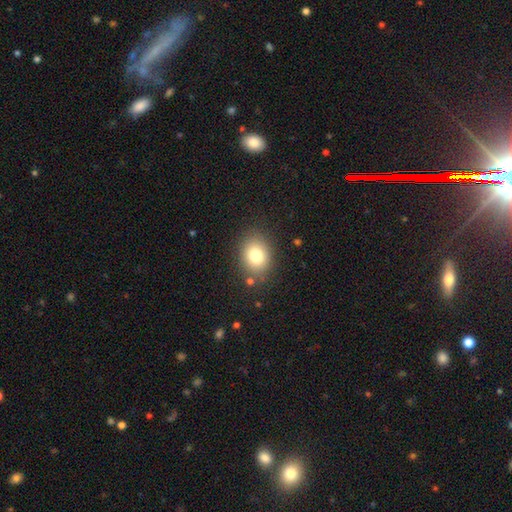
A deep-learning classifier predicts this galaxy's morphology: This is clearly a smooth galaxy (81%). How rounded: possibly in between (54%). Merging: clearly none (83%).